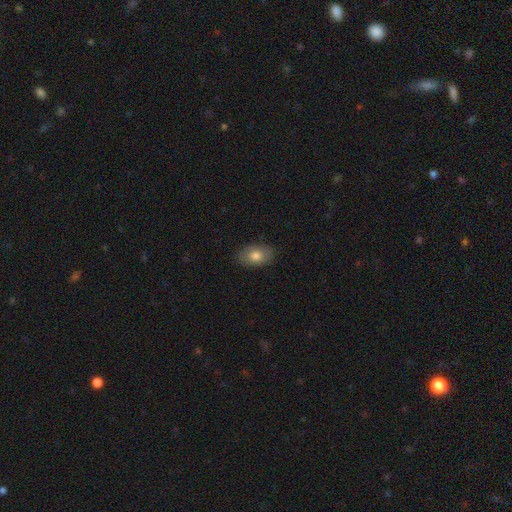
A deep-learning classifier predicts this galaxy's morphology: The model was most divided on "smooth or featured": smooth: 78%, featured or disk: 14%, star or artifact: 7%. More confident: how rounded — in between (87%); merging — none (85%).